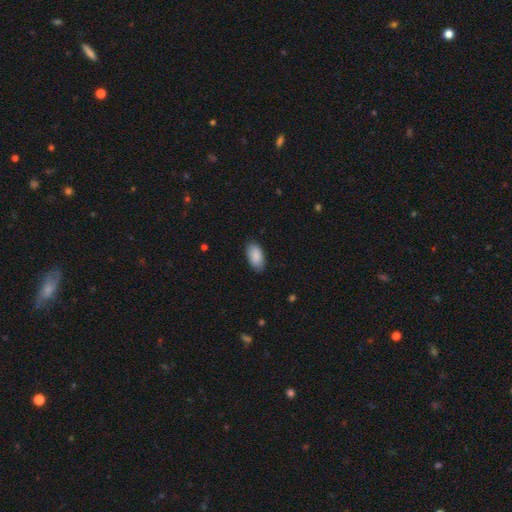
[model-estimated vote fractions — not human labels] A smooth galaxy with no disk features (89%) that is in between round and cigar-shaped (94%).

Vote fractions:
- Smooth or featured? smooth: 89% / star or artifact: 6% / featured or disk: 5%
- How rounded? in between: 94% / cigar-shaped: 3% / round: 2%
- Merging? none: 84% / minor disturbance: 12% / major disturbance: 2% / merger: 1%